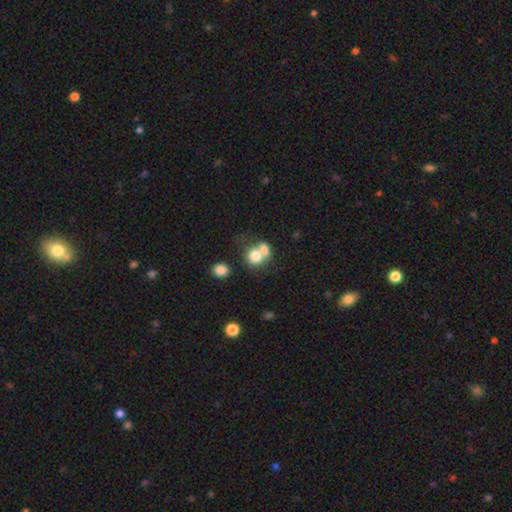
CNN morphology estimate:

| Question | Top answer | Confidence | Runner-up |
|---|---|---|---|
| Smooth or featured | smooth | 74% | featured or disk (16%) |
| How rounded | round | 69% | in between (30%) |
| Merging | merger | 60% | none (27%) |